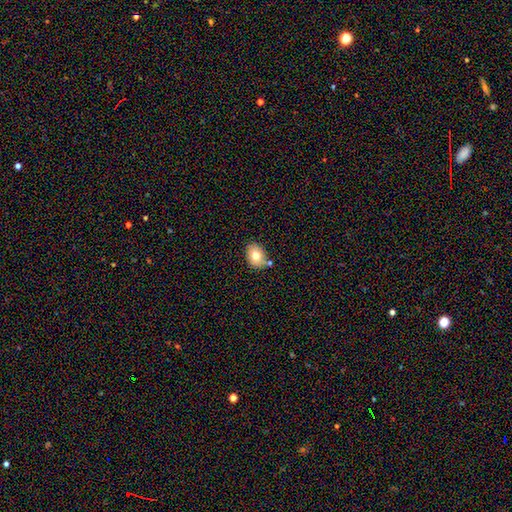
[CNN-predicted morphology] Overall: smooth (75%). How rounded: in between (59%; round 40%). Merging: none (71%).